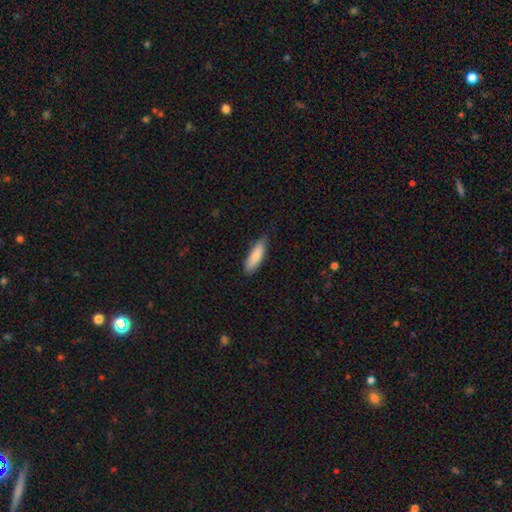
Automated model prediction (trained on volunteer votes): Smooth or featured? smooth (85%)
How rounded? cigar-shaped (49%, tied with in between)
Merging? none (73%)